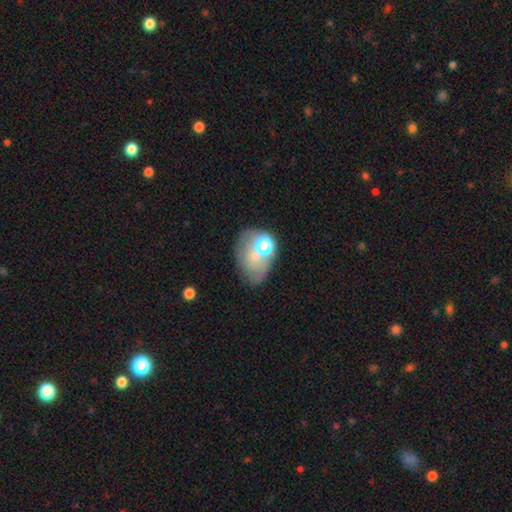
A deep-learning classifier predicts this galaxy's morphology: Smooth or featured: smooth — 55% (featured or disk — 31%)
How rounded: in between — 70% (round — 28%)
Merging: none — 38% (minor disturbance — 22%)